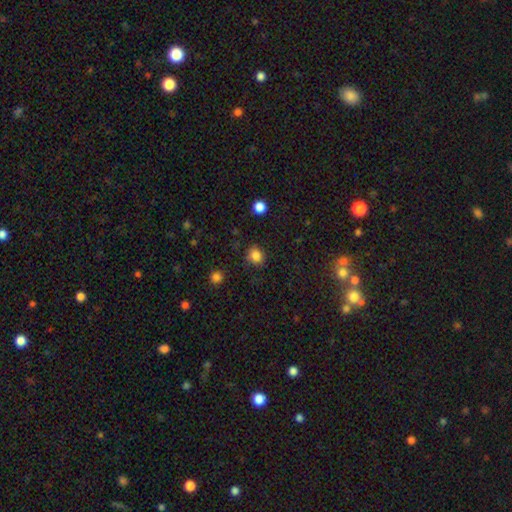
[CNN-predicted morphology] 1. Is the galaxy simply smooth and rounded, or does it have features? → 83% smooth, 12% star or artifact, 5% featured or disk.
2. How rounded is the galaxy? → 77% round, 22% in between, 1% cigar-shaped.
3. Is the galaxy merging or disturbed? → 82% none, 13% minor disturbance, 3% major disturbance, 2% merger.